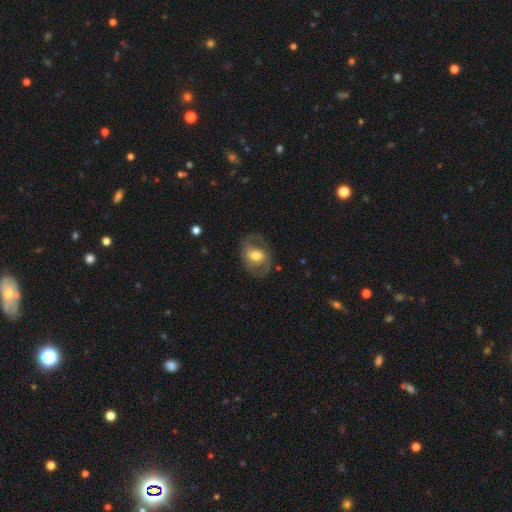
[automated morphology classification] Smooth or featured? Predicted: featured or disk (p=0.57). Edge-on disk? Predicted: no (p=0.95). Bar? Predicted: weak (p=0.41). Spiral arms? Predicted: yes (p=0.66). Bulge size? Predicted: moderate (p=0.65). Merging? Predicted: none (p=0.66).